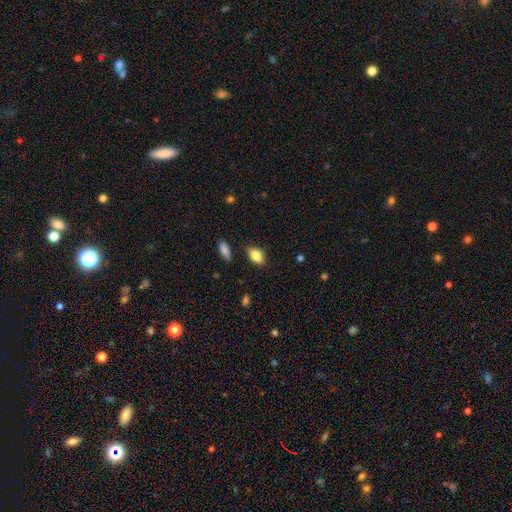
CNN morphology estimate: type=smooth (85%); roundness=in between (81%); merging=none (80%).